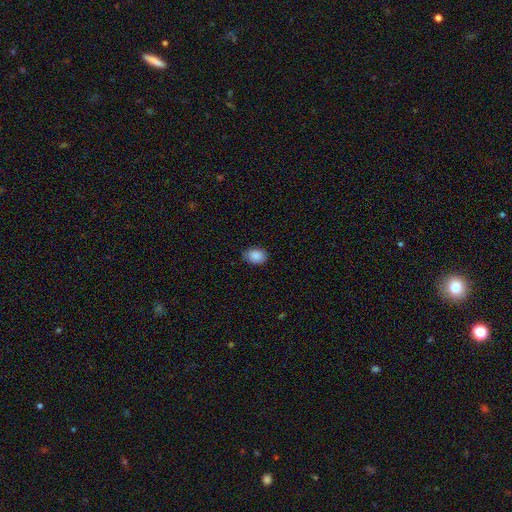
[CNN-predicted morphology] This appears to be a smooth galaxy with no disk features (89%) that is in between round and cigar-shaped (65%). Merging: none (81%).